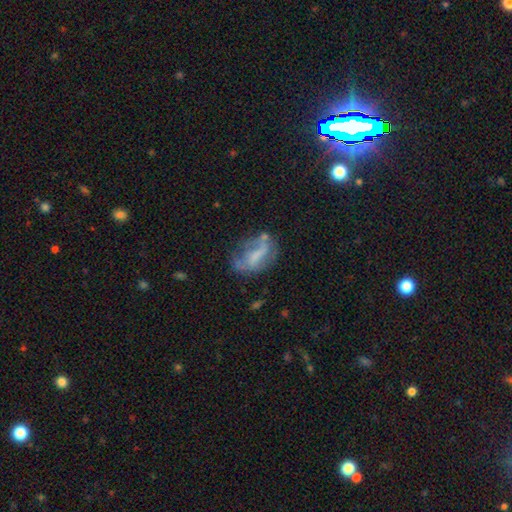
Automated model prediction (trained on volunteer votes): featured or disk 53%, smooth 36%, star or artifact 11%. Down the decision tree: edge-on disk — no (94%); merging — none (42%).